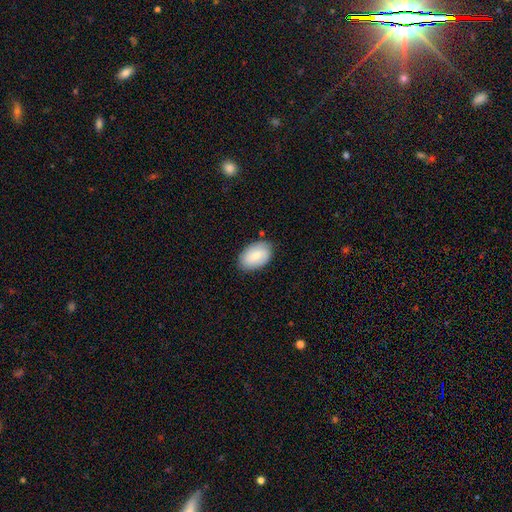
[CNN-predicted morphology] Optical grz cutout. It shows a smooth galaxy with no disk features (75%) that is in between round and cigar-shaped (91%). Merging: none (82%).